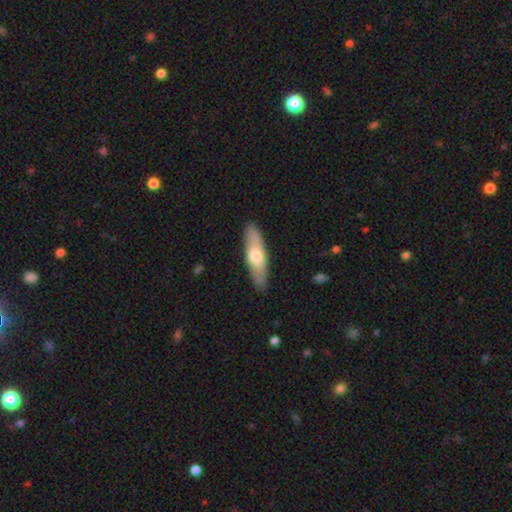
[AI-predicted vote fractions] Smooth or featured? smooth (58%)
How rounded? cigar-shaped (63%)
Merging? none (88%)